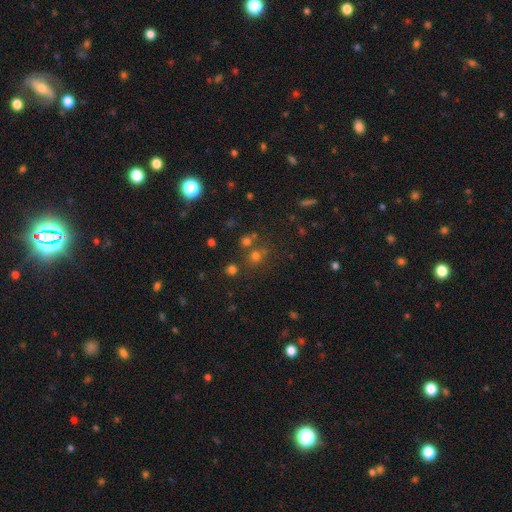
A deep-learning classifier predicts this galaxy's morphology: Smooth or featured? smooth (54%)
How rounded? round (85%)
Merging? none (64%)